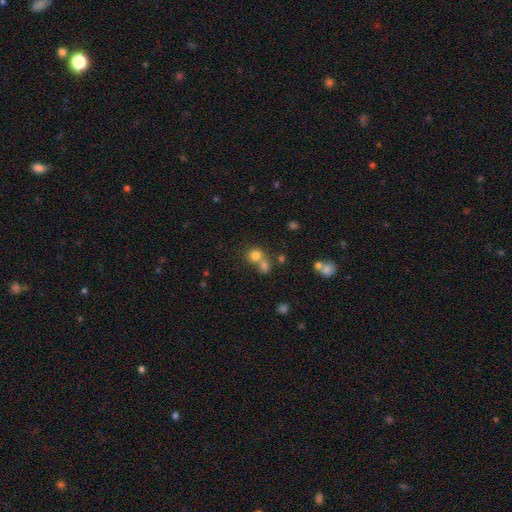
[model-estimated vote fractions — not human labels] Overall: smooth (75%). How rounded: round (86%). Merging: none (47%; merger 42%).